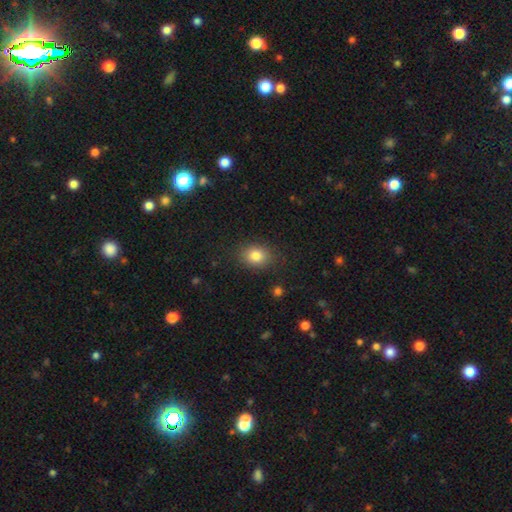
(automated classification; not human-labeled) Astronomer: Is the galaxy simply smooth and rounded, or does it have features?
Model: smooth — 82%.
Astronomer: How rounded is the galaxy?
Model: in between — 50% (runner-up: round, 49%).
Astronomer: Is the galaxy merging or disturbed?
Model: none — 85%.